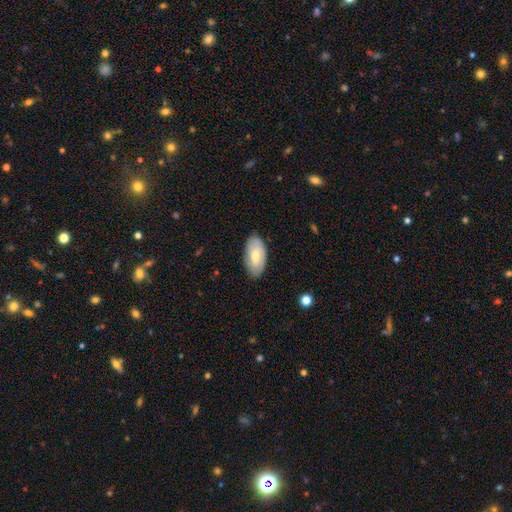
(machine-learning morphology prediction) Overall: smooth (68%). How rounded: in between (94%). Merging: none (84%).